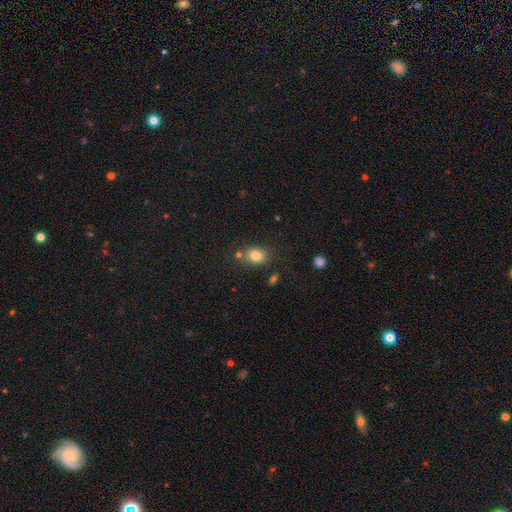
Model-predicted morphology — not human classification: smooth 80%, star or artifact 11%, featured or disk 8%. Down the decision tree: how rounded — in between (54%); merging — none (73%).